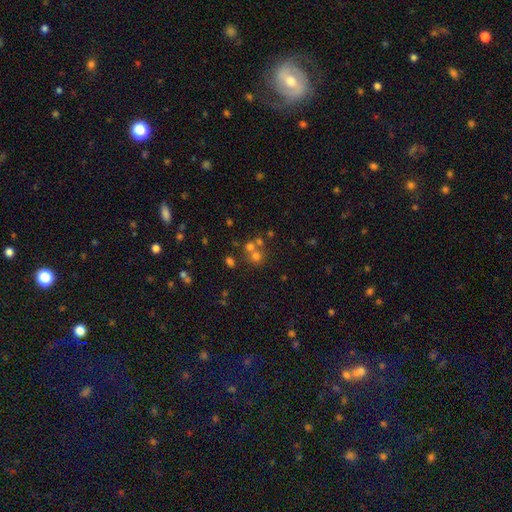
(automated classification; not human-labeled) This is possibly a smooth galaxy (58%). How rounded: clearly round (84%). Merging: possibly none (45%).